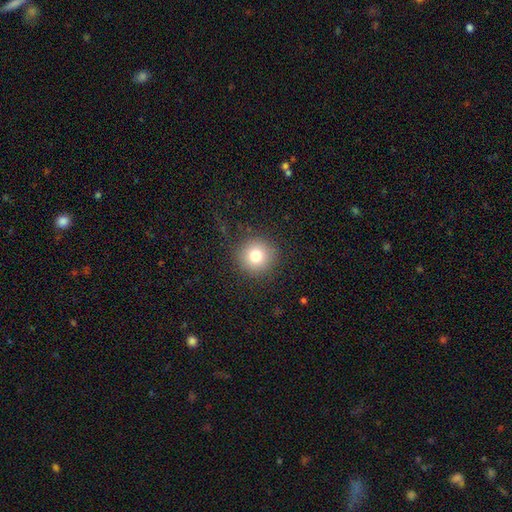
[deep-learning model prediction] Q: Smooth or featured?
A: smooth (78%); runner-up: star or artifact (12%)
Q: How rounded?
A: round (93%); runner-up: in between (6%)
Q: Merging?
A: none (88%); runner-up: minor disturbance (7%)